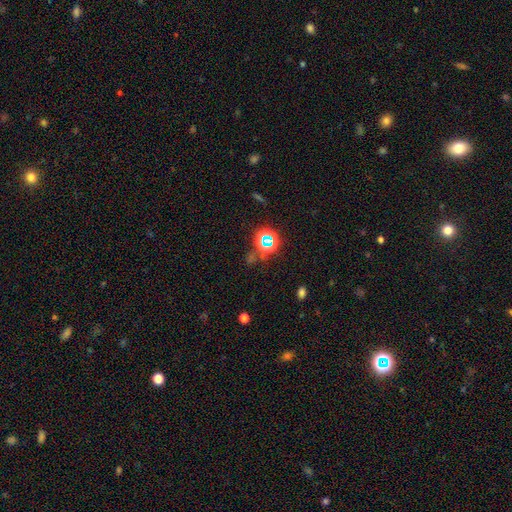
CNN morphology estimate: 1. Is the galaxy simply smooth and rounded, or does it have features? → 60% star or artifact, 31% smooth, 9% featured or disk.